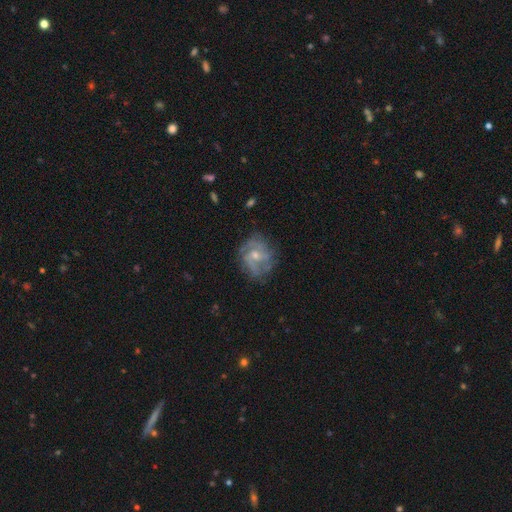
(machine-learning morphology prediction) Overall: featured or disk (72%). Edge-on disk: no (97%). Bar: no (53%; weak 39%). Spiral arms: yes (80%). Spiral arm count: 2 (45%; can't tell 29%). Spiral winding: medium (46%; tight 31%). Bulge size: small (48%; moderate 46%). Merging: none (66%).